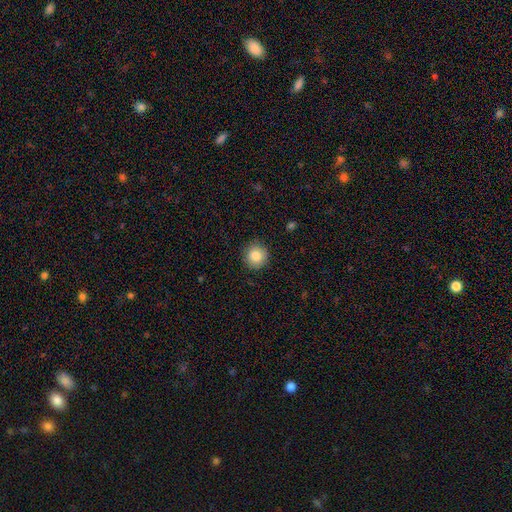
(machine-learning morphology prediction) Q: Smooth or featured?
A: smooth (85%); runner-up: star or artifact (9%)
Q: How rounded?
A: round (93%); runner-up: in between (6%)
Q: Merging?
A: none (90%); runner-up: minor disturbance (7%)